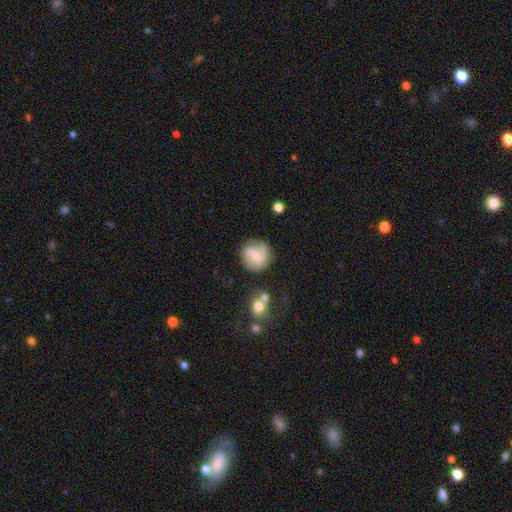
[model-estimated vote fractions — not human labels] This is possibly a smooth galaxy (49%). Merging: likely none (69%).